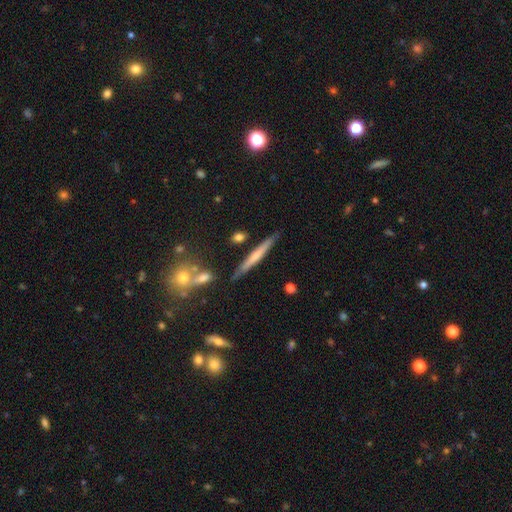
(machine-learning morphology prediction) Q: Smooth or featured?
A: smooth (48%); runner-up: featured or disk (45%)
Q: Merging?
A: none (83%); runner-up: minor disturbance (11%)